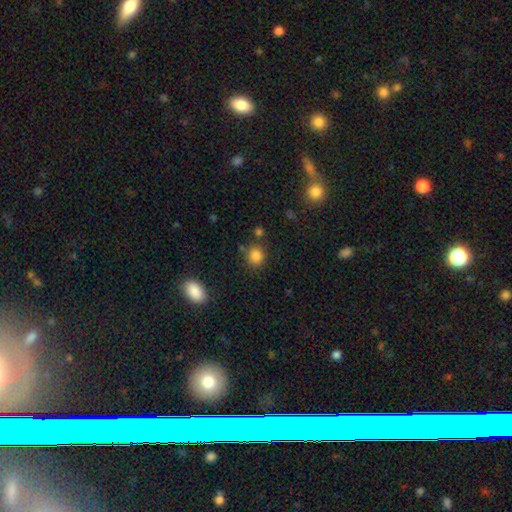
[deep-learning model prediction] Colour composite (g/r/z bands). It shows a smooth galaxy with no disk features (84%) that is round (78%). Merging: none (79%).